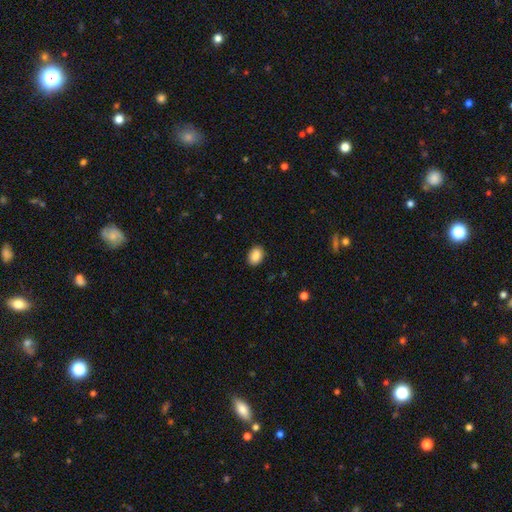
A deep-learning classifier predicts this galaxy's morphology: smooth 88%, star or artifact 8%, featured or disk 5%. Down the decision tree: how rounded — in between (75%); merging — none (90%).